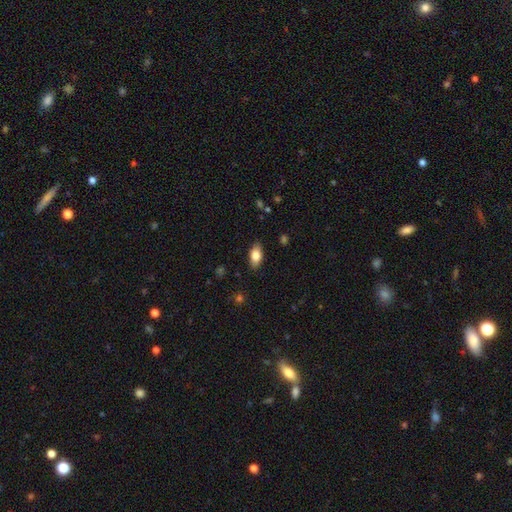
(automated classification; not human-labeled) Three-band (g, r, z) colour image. It shows a smooth galaxy with no disk features (81%) that is in between round and cigar-shaped (90%). Merging: none (87%).